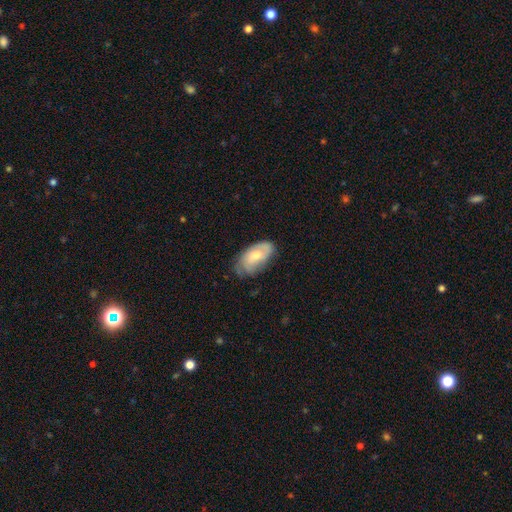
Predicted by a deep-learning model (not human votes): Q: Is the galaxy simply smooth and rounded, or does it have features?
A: smooth — 51%.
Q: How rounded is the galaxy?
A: in between — 93%.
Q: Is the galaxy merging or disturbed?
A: none — 59%.